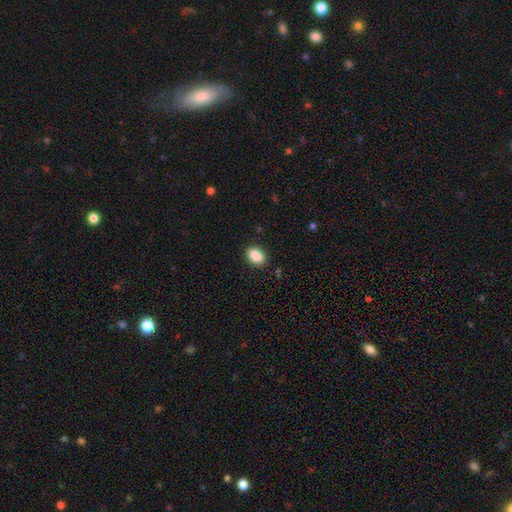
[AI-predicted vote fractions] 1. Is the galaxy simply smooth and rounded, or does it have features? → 88% smooth, 8% star or artifact, 4% featured or disk.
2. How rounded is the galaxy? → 82% in between, 16% round, 1% cigar-shaped.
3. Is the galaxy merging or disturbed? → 89% none, 8% minor disturbance, 2% major disturbance, 1% merger.